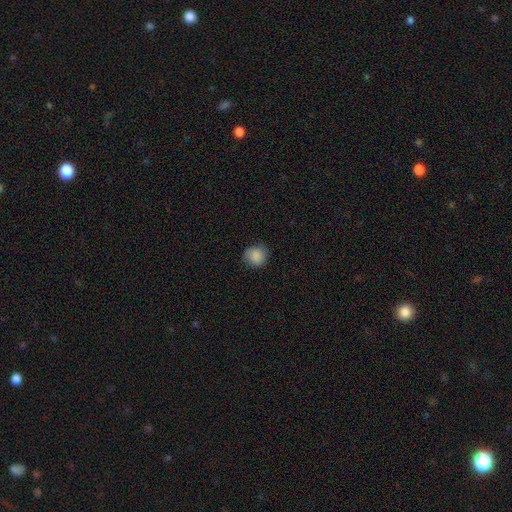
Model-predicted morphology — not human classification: Smooth or featured? smooth (85%)
How rounded? round (86%)
Merging? none (79%)